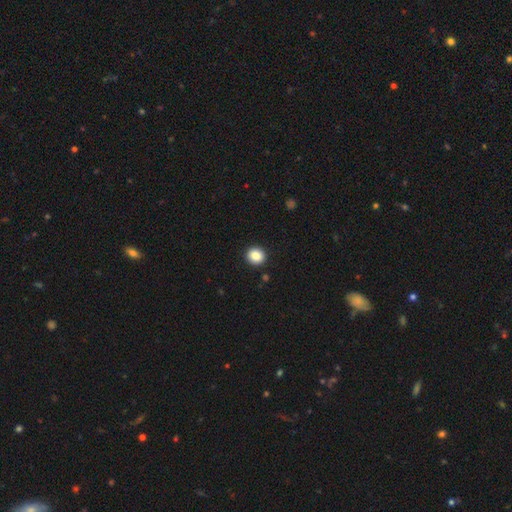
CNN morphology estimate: smooth 86%, star or artifact 9%, featured or disk 5%. Down the decision tree: how rounded — round (87%); merging — none (93%).